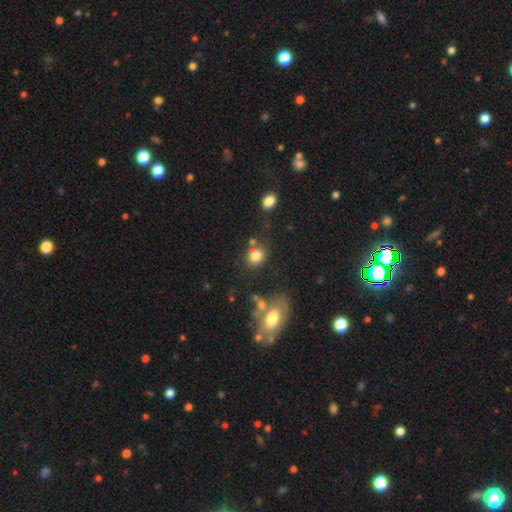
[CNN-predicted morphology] The model was most divided on "how rounded": round: 74%, in between: 25%, cigar-shaped: 1%. More confident: smooth or featured — smooth (81%); merging — none (66%).